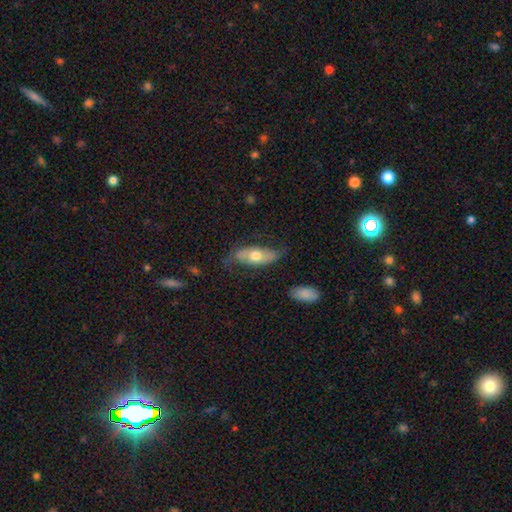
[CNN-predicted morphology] A featured or disk galaxy (55%). Merging: none (64%).